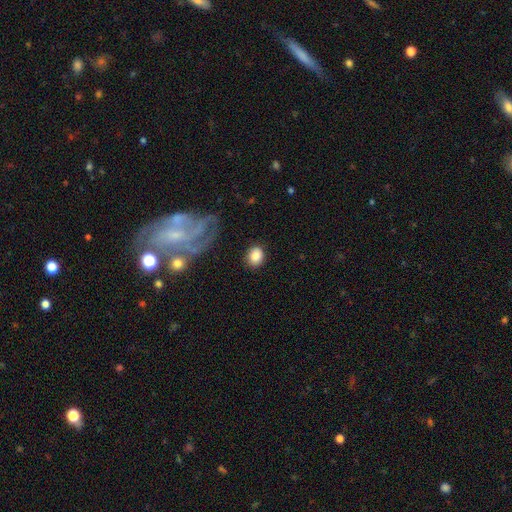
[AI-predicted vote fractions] This is clearly a smooth galaxy (83%). How rounded: possibly round (50%). Merging: clearly none (80%).